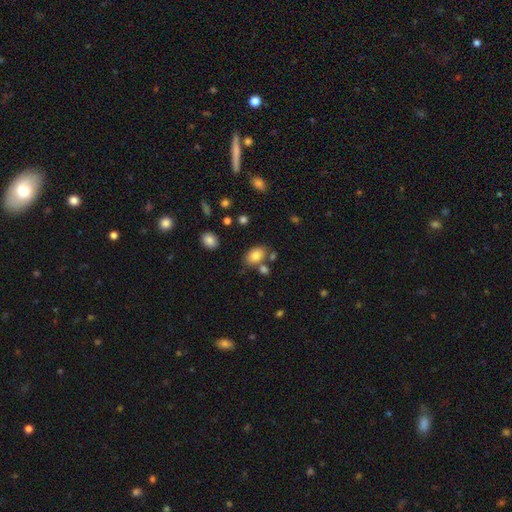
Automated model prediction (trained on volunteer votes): Morphology: type=smooth (82%); roundness=in between (85%); merging=none (68%).